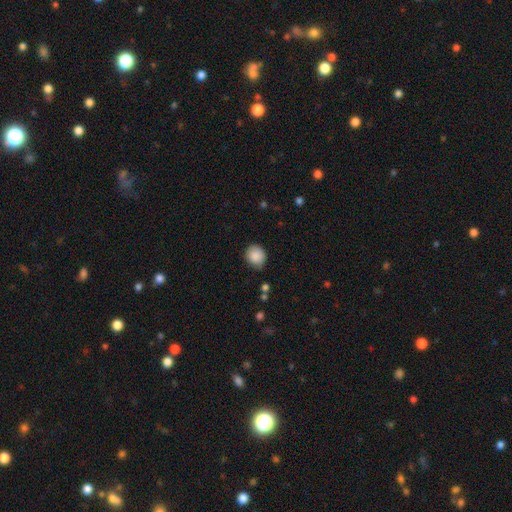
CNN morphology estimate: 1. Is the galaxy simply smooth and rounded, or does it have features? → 88% smooth, 8% star or artifact, 4% featured or disk.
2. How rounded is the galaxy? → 78% round, 21% in between, 1% cigar-shaped.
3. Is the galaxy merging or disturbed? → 77% none, 18% minor disturbance, 3% major disturbance, 2% merger.